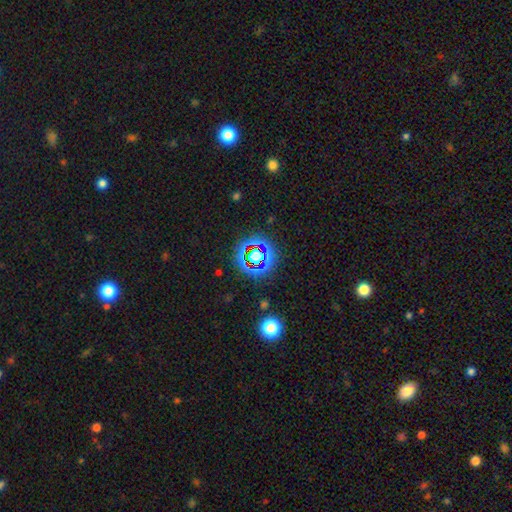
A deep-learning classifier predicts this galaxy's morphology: type=star or artifact (66%).